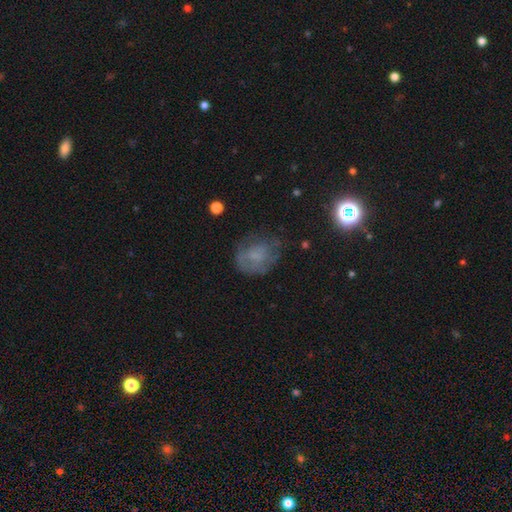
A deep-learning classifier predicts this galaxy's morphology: Overall: smooth (51%; featured or disk 34%). How rounded: in between (50%; round 49%). Merging: none (53%; minor disturbance 26%).